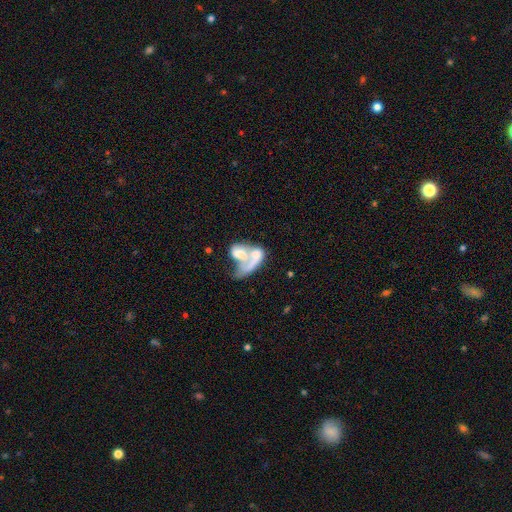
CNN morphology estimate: Smooth or featured?
  - featured or disk: 53% *
  - smooth: 39%
  - star or artifact: 8%
Edge-on disk?
  - no: 96% *
  - yes: 4%
Bar?
  - no: 79% *
  - weak: 15%
  - strong: 7%
Spiral arms?
  - no: 67% *
  - yes: 33%
Bulge size?
  - none: 34% *
  - moderate: 28%
  - large: 18%
  - small: 15%
  - dominant: 6%
Merging?
  - merger: 63% *
  - major disturbance: 22%
  - none: 10%
  - minor disturbance: 6%